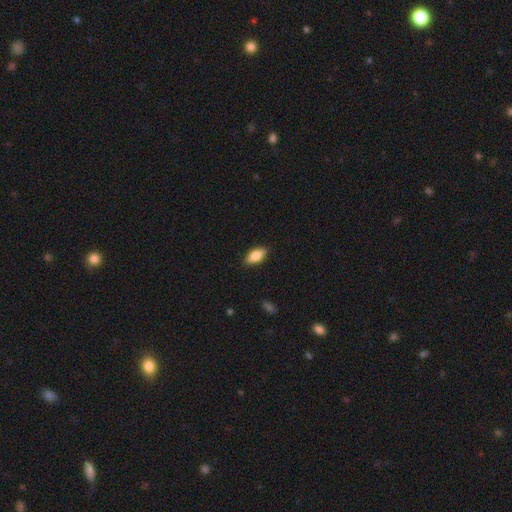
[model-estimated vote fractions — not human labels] Q: Smooth or featured?
A: smooth (75%); runner-up: featured or disk (18%)
Q: How rounded?
A: in between (85%); runner-up: cigar-shaped (11%)
Q: Merging?
A: none (87%); runner-up: minor disturbance (10%)